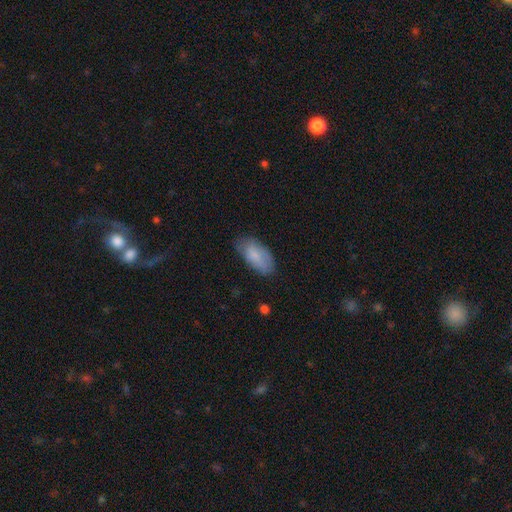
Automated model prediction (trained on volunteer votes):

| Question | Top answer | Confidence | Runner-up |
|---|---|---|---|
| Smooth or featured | smooth | 80% | featured or disk (14%) |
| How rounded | in between | 92% | cigar-shaped (5%) |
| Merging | none | 69% | minor disturbance (24%) |